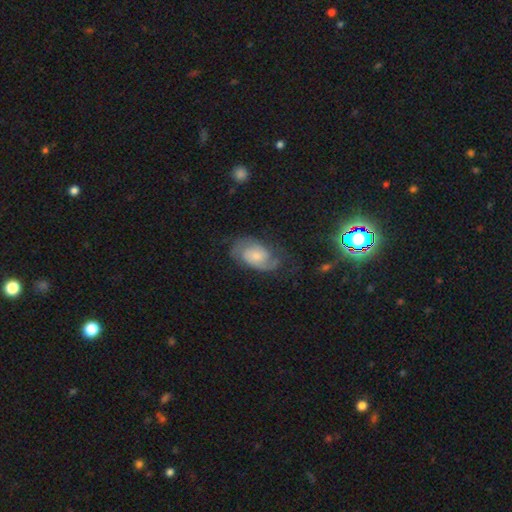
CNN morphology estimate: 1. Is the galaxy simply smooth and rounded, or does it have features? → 72% featured or disk, 21% smooth, 7% star or artifact.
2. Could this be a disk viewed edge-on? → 96% no, 4% yes.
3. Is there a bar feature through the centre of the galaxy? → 64% no, 31% weak, 5% strong.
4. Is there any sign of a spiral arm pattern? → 92% yes, 8% no.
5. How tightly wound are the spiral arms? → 44% medium, 37% tight, 19% loose.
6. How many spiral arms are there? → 76% 2, 13% can't tell, 6% 1, 3% 3, 1% 4, 1% more than 4.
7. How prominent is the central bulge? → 48% small, 38% moderate, 6% none, 6% large, 2% dominant.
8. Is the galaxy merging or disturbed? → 63% none, 21% minor disturbance, 14% major disturbance, 2% merger.